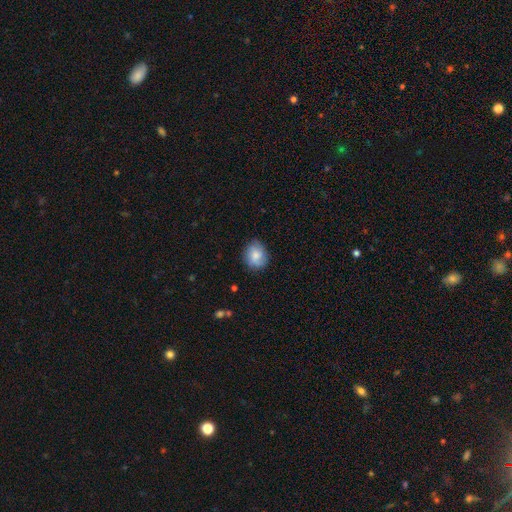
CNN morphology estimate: A smooth galaxy with no disk features (73%) that is round (64%). Merging: none (78%).